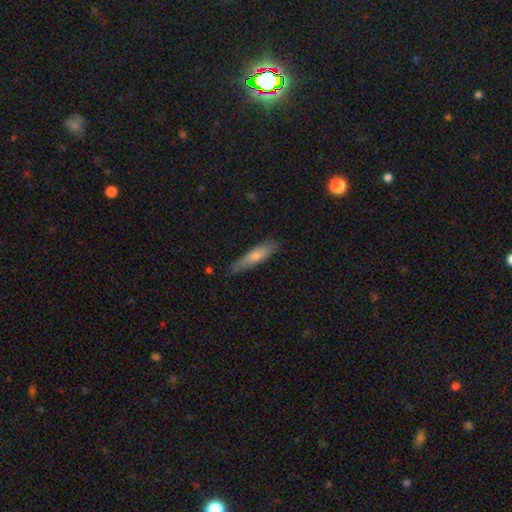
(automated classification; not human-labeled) Morphology: type=smooth (63%); roundness=cigar-shaped (79%); merging=none (80%).